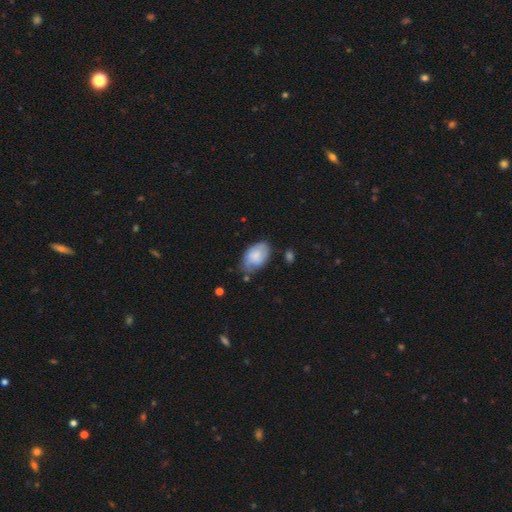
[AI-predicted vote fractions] A smooth galaxy with no disk features (66%) that is in between round and cigar-shaped (90%). Merging: none (57%).